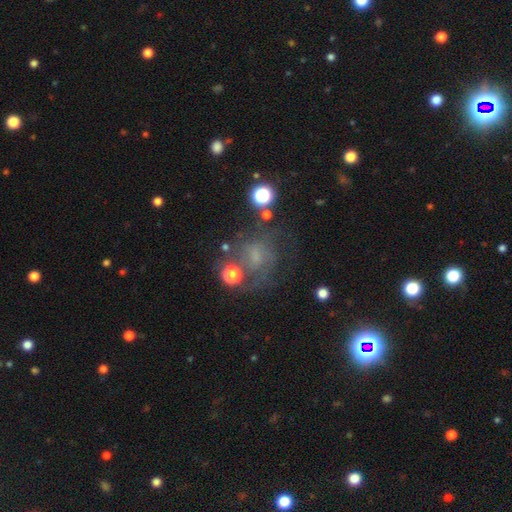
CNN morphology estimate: Overall: featured or disk (46%; smooth 33%). Merging: none (53%; major disturbance 21%).